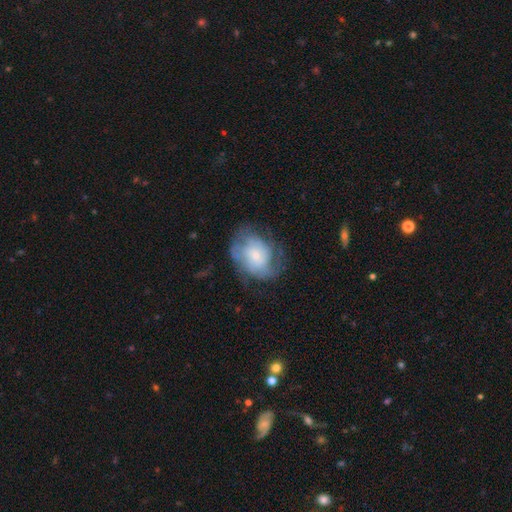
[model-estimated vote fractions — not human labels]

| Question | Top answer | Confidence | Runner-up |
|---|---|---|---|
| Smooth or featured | featured or disk | 60% | smooth (32%) |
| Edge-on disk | no | 97% | yes (3%) |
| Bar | no | 78% | weak (19%) |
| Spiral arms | yes | 76% | no (24%) |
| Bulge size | small | 55% | moderate (32%) |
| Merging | none | 54% | minor disturbance (24%) |